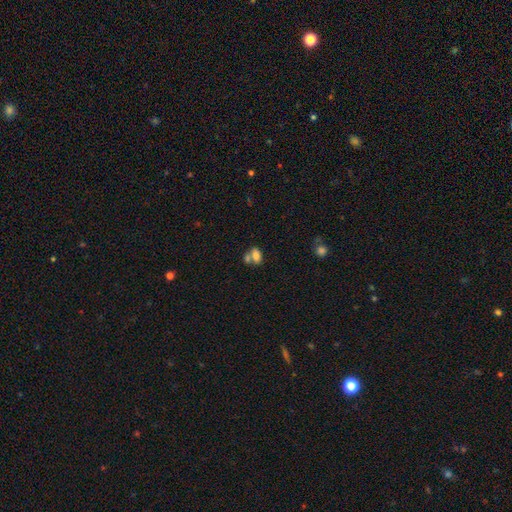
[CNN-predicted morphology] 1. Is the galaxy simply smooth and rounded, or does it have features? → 77% smooth, 14% featured or disk, 10% star or artifact.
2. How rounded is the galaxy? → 86% in between, 10% round, 3% cigar-shaped.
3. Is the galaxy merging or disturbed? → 46% merger, 38% none, 11% minor disturbance, 5% major disturbance.